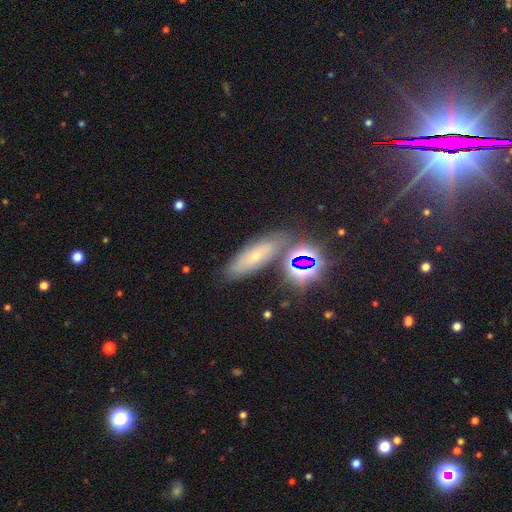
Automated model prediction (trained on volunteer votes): A smooth galaxy with no disk features (41%).

Vote fractions:
- Smooth or featured? smooth: 41% / star or artifact: 34% / featured or disk: 25%
- Merging? none: 72% / minor disturbance: 15% / merger: 8% / major disturbance: 5%